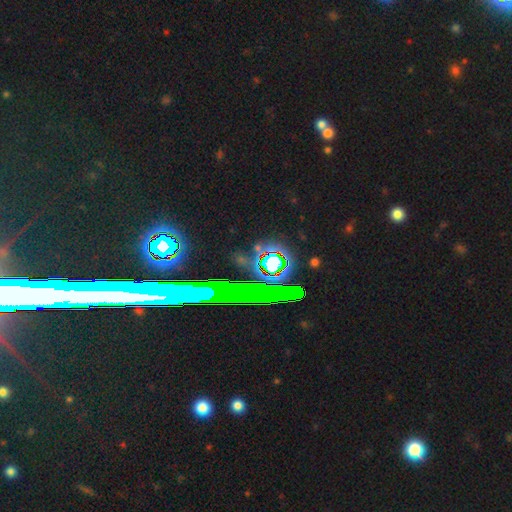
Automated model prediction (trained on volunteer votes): The model was most divided on "smooth or featured": star or artifact: 80%, featured or disk: 11%, smooth: 9%.